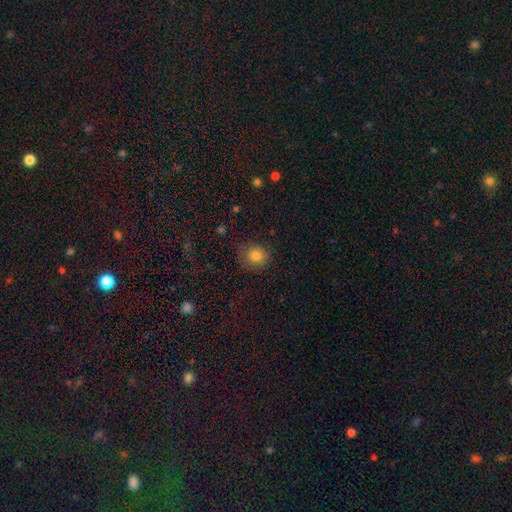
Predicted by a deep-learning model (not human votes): smooth_or_featured: smooth (p=0.82) [alt: star or artifact p=0.11]
how_rounded: round (p=0.81) [alt: in between p=0.18]
merging: none (p=0.73) [alt: minor disturbance p=0.19]